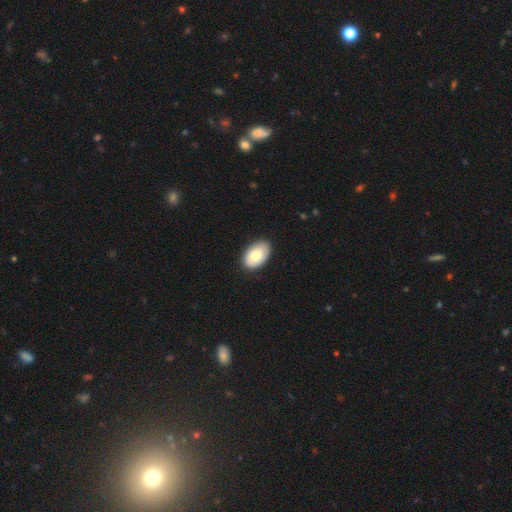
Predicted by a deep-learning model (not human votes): Q: Smooth or featured?
A: smooth (82%); runner-up: featured or disk (12%)
Q: How rounded?
A: in between (93%); runner-up: round (6%)
Q: Merging?
A: none (88%); runner-up: minor disturbance (10%)